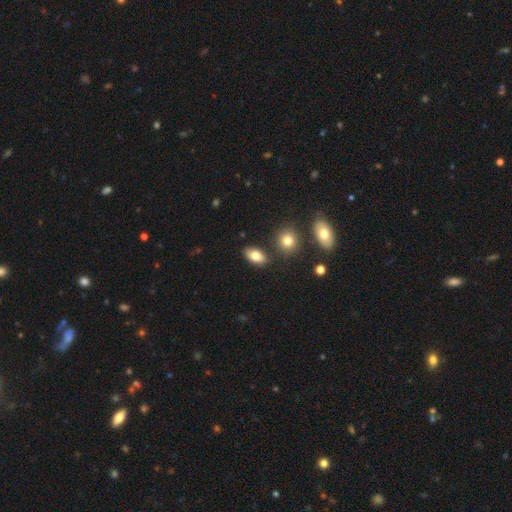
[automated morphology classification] smooth_or_featured: smooth (p=0.81) [alt: featured or disk p=0.10]
how_rounded: in between (p=0.90) [alt: round p=0.08]
merging: none (p=0.82) [alt: minor disturbance p=0.10]